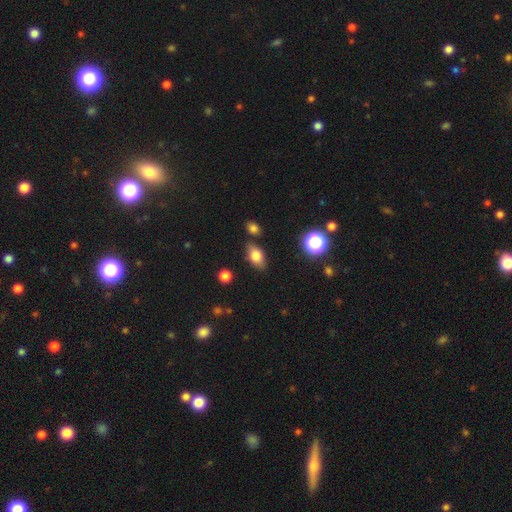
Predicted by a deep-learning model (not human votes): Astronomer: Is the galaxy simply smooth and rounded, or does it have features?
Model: smooth — 78%.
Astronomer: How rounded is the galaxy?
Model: in between — 87%.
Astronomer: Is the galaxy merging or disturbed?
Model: none — 78%.